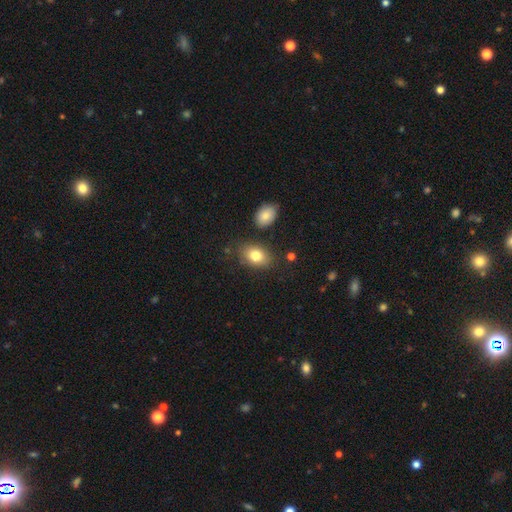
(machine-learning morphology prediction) A smooth galaxy with no disk features (80%) that is in between round and cigar-shaped (80%).

Vote fractions:
- Smooth or featured? smooth: 80% / featured or disk: 11% / star or artifact: 9%
- How rounded? in between: 80% / round: 19% / cigar-shaped: 1%
- Merging? none: 79% / minor disturbance: 12% / merger: 5% / major disturbance: 4%